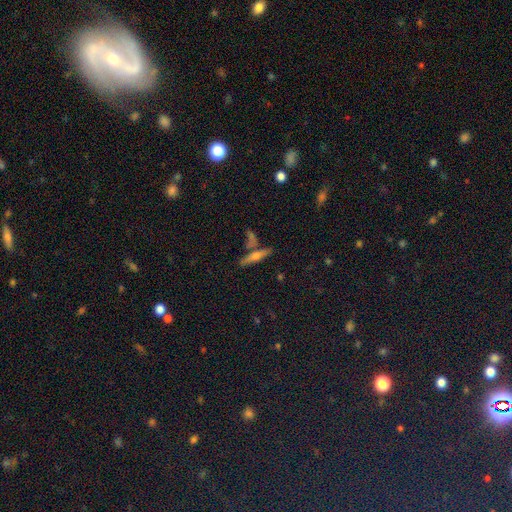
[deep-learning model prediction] Q: Smooth or featured?
A: featured or disk (50%); runner-up: smooth (41%)
Q: Edge-on disk?
A: yes (92%); runner-up: no (8%)
Q: Merging?
A: none (69%); runner-up: merger (17%)